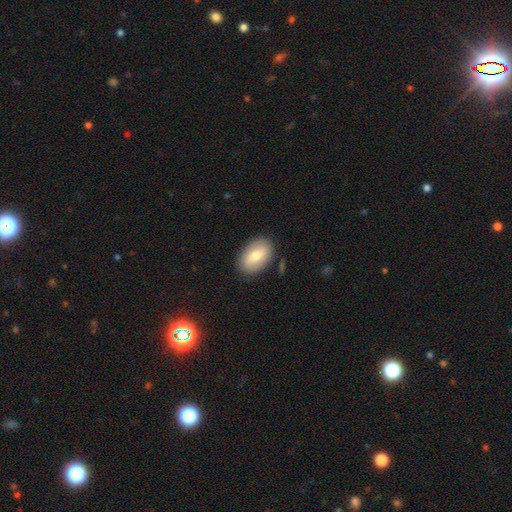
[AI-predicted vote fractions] smooth 73%, featured or disk 21%, star or artifact 6%. Down the decision tree: how rounded — in between (90%); merging — none (85%).